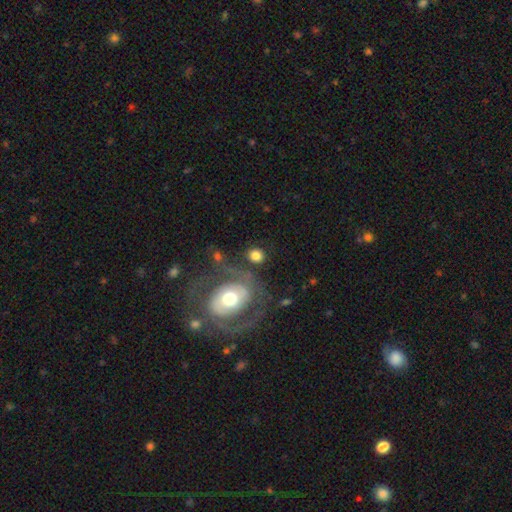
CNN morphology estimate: Smooth or featured? smooth (71%)
How rounded? round (73%)
Merging? none (72%)